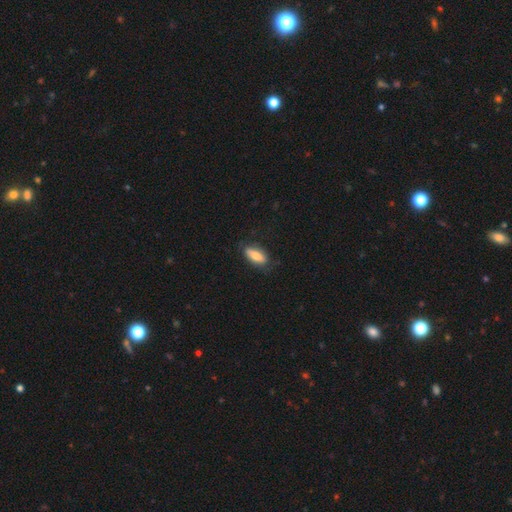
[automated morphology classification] The model was most divided on "how rounded": in between: 72%, cigar-shaped: 26%, round: 3%. More confident: merging — none (77%); smooth or featured — smooth (74%).